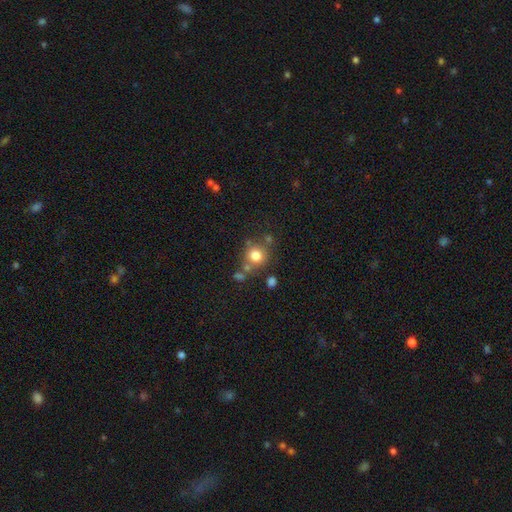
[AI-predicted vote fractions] Overall: smooth (79%). How rounded: round (88%). Merging: none (68%).